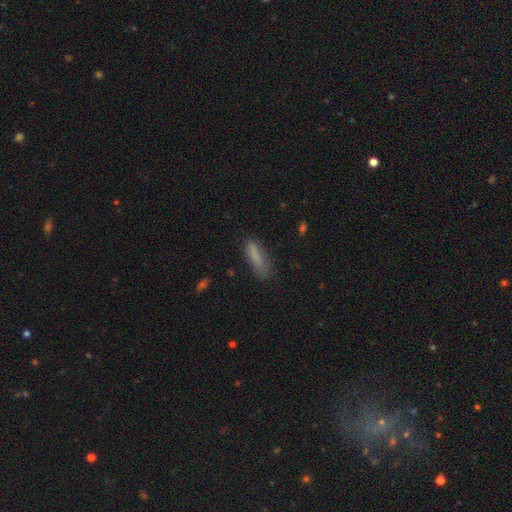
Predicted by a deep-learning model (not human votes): Smooth or featured? smooth (80%)
How rounded? cigar-shaped (64%)
Merging? none (64%)